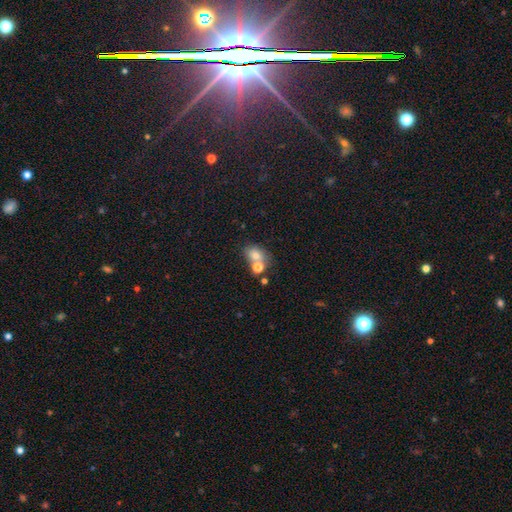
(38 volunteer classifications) Smooth or featured: smooth — 79% (featured or disk — 11%)
How rounded: in between — 57% (round — 43%)
Merging: none — 41% (minor disturbance — 29%)